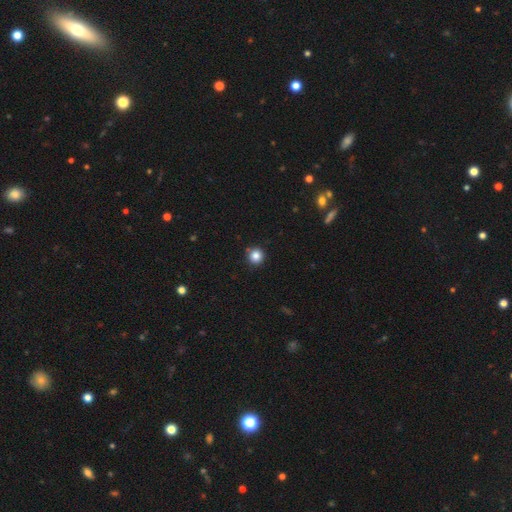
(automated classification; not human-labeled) Overall: smooth (84%). How rounded: round (94%). Merging: none (88%).